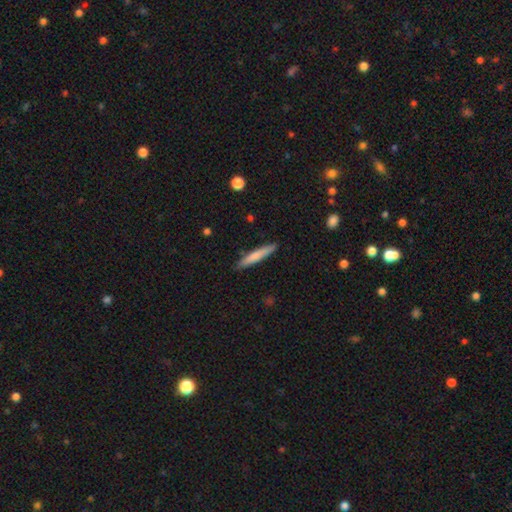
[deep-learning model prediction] Smooth or featured? Predicted: smooth (p=0.71). How rounded? Predicted: cigar-shaped (p=0.93). Merging? Predicted: none (p=0.89).